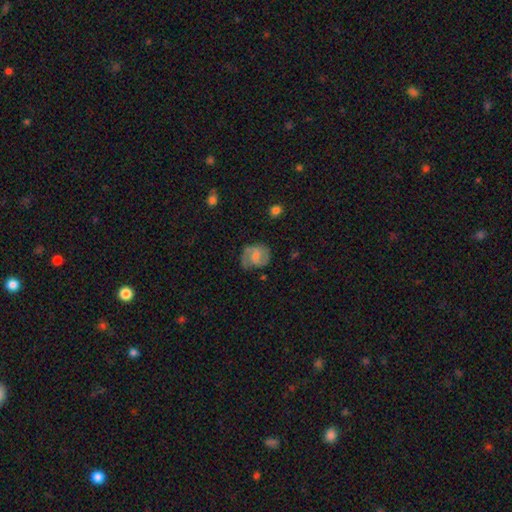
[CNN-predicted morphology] The model was most divided on "bulge size": small: 36%, none: 29%, moderate: 28%, large: 5%, dominant: 1%. Remaining: edge-on disk — no (98%); spiral arms — yes (89%); spiral arm count — 2 (80%); smooth or featured — featured or disk (64%); merging — none (62%); spiral winding — medium (51%); bar — weak (49%).